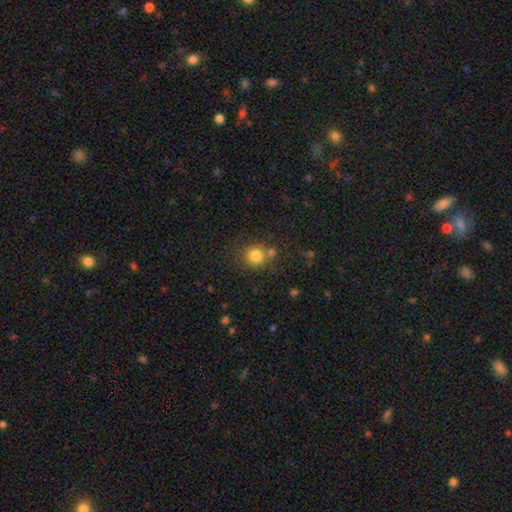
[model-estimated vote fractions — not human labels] Q: Smooth or featured?
A: smooth (80%); runner-up: star or artifact (13%)
Q: How rounded?
A: round (88%); runner-up: in between (11%)
Q: Merging?
A: none (70%); runner-up: merger (15%)